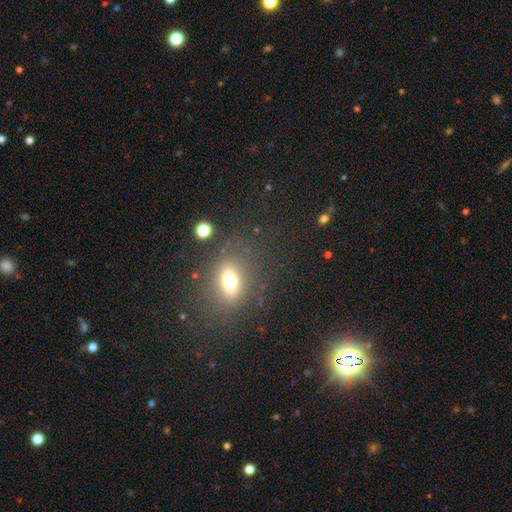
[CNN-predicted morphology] smooth-or-featured: smooth: 50% | star or artifact: 36% | featured or disk: 14%
  merging: none: 83% | minor disturbance: 9% | major disturbance: 4% | merger: 4%